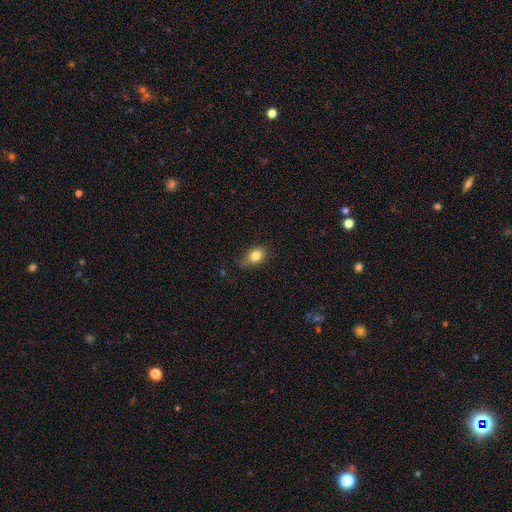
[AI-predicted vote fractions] Overall: smooth (82%). How rounded: in between (60%; round 38%). Merging: none (60%; minor disturbance 30%).